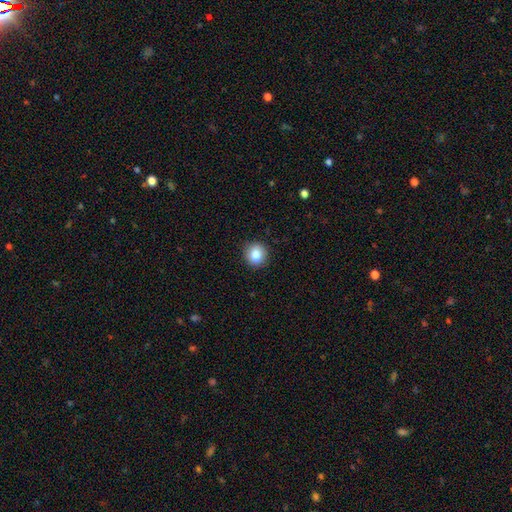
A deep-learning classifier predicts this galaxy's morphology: A smooth galaxy with no disk features (85%) that is round (78%).

Vote fractions:
- Smooth or featured? smooth: 85% / star or artifact: 9% / featured or disk: 6%
- How rounded? round: 78% / in between: 21% / cigar-shaped: 1%
- Merging? none: 89% / minor disturbance: 8% / major disturbance: 2% / merger: 1%